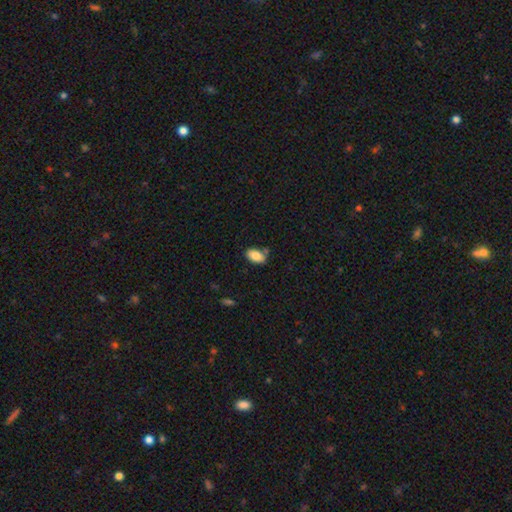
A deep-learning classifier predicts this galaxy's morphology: This appears to be a smooth galaxy with no disk features (84%) that is in between round and cigar-shaped (93%). Merging: none (69%).